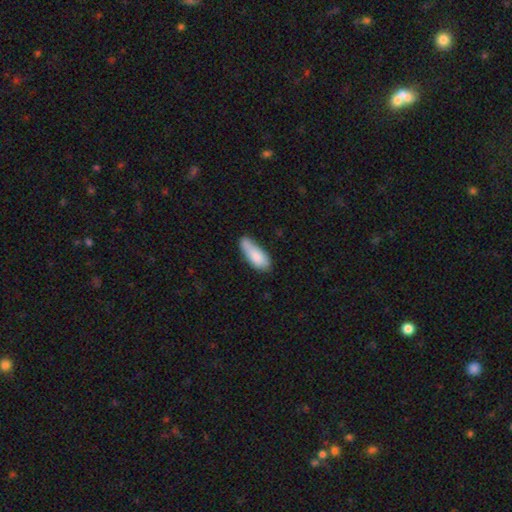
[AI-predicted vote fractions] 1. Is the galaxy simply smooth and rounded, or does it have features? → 82% smooth, 12% featured or disk, 6% star or artifact.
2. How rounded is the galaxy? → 69% in between, 29% cigar-shaped, 2% round.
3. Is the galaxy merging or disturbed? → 48% none, 32% minor disturbance, 12% merger, 8% major disturbance.